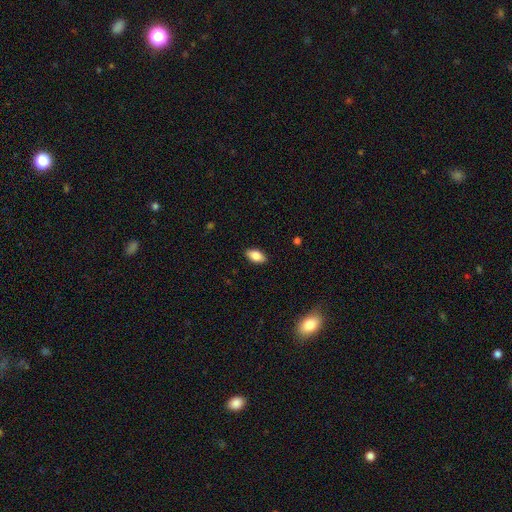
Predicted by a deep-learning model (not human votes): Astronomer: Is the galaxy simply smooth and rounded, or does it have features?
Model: smooth — 85%.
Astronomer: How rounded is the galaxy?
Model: in between — 92%.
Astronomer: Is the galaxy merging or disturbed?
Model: none — 88%.